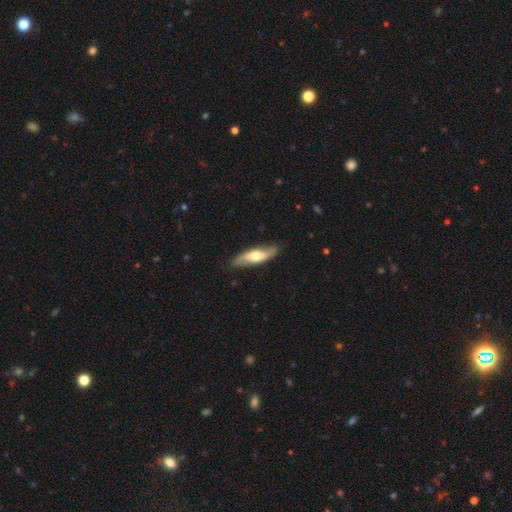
smooth-or-featured: smooth: 59% | featured or disk: 41% | star or artifact: 0%
  how-rounded: in between: 48% | cigar-shaped: 43% | round: 9%
  merging: none: 82% | minor disturbance: 15% | major disturbance: 3% | merger: 0%